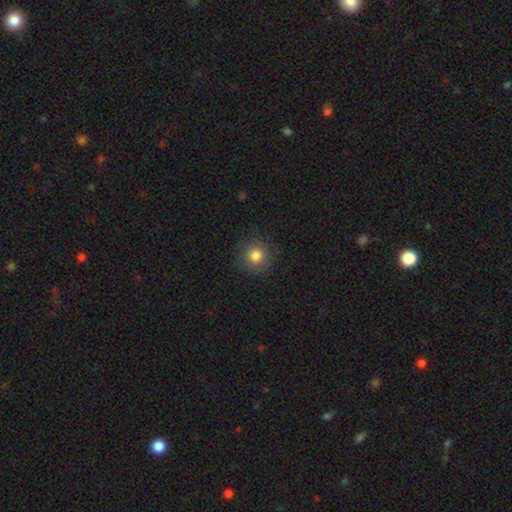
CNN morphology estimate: Overall: smooth (82%). How rounded: round (94%). Merging: none (88%).